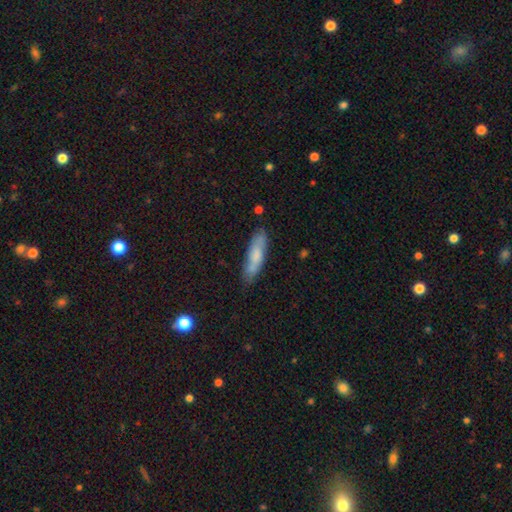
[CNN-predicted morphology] A smooth galaxy with no disk features (71%) that is cigar-shaped (68%). Merging: none (76%).